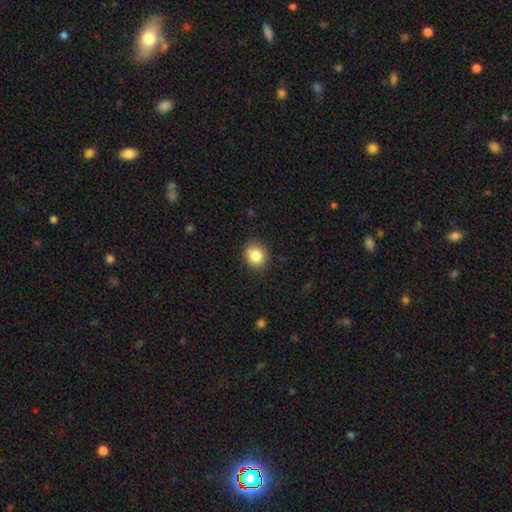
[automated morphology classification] Q: Smooth or featured?
A: smooth (84%); runner-up: star or artifact (10%)
Q: How rounded?
A: round (78%); runner-up: in between (21%)
Q: Merging?
A: none (86%); runner-up: minor disturbance (10%)